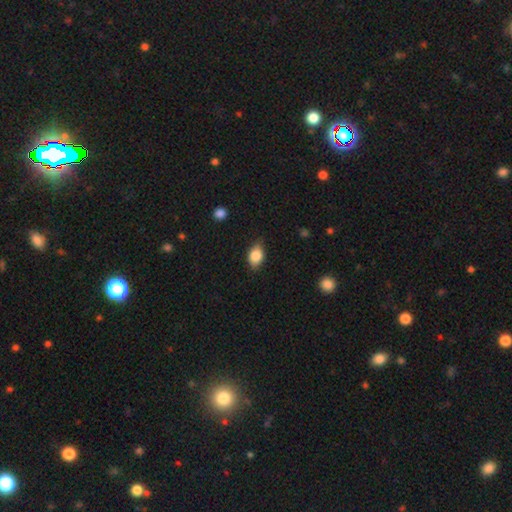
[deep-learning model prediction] smooth-or-featured: smooth: 85% | star or artifact: 8% | featured or disk: 7%
  how-rounded: in between: 82% | round: 16% | cigar-shaped: 2%
  merging: none: 79% | minor disturbance: 17% | major disturbance: 3% | merger: 1%